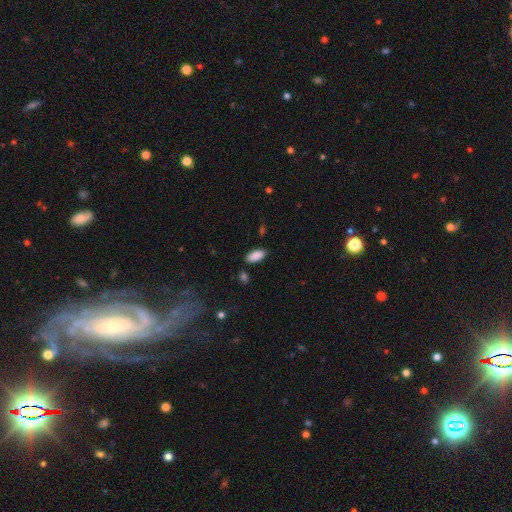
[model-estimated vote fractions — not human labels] A smooth galaxy with no disk features (89%) that is in between round and cigar-shaped (92%).

Vote fractions:
- Smooth or featured? smooth: 89% / star or artifact: 7% / featured or disk: 4%
- How rounded? in between: 92% / cigar-shaped: 6% / round: 2%
- Merging? none: 83% / minor disturbance: 12% / merger: 3% / major disturbance: 3%